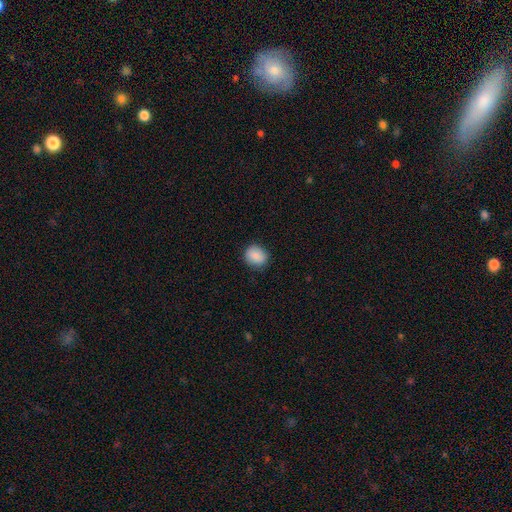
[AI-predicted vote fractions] Overall: smooth (87%). How rounded: round (64%; in between 35%). Merging: none (86%).